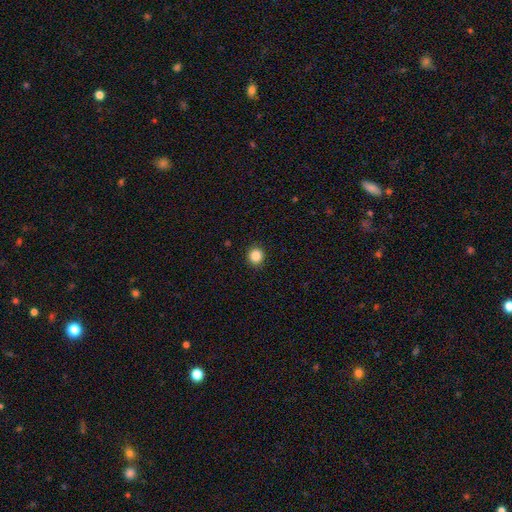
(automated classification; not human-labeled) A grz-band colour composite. It shows a smooth galaxy with no disk features (87%) that is round (90%). Merging: none (92%).